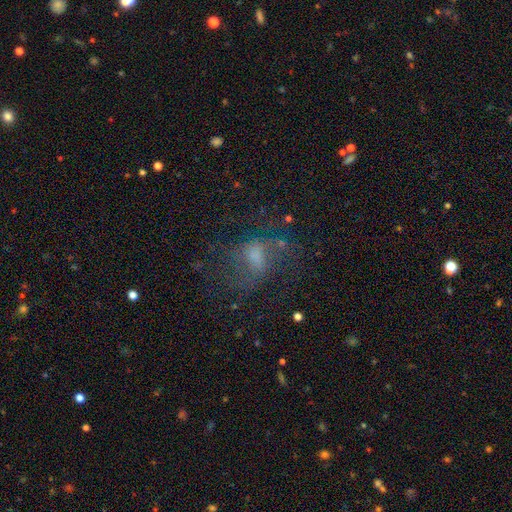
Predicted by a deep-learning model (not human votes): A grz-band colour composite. It shows a featured or disk galaxy (48%). Merging: none (49%).